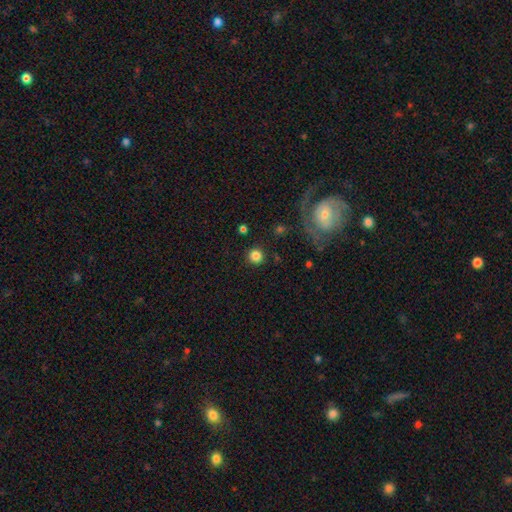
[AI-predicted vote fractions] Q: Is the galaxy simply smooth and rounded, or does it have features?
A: smooth — 83%.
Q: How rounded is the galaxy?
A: round — 94%.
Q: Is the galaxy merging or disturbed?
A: none — 89%.